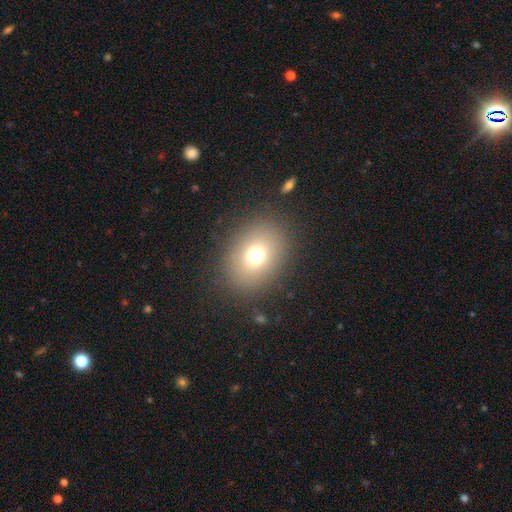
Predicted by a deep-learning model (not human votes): Smooth or featured: smooth — 71% (star or artifact — 17%)
How rounded: in between — 52% (round — 48%)
Merging: none — 85% (minor disturbance — 8%)